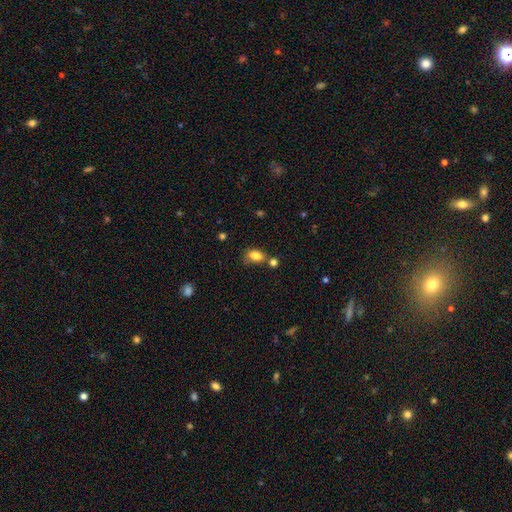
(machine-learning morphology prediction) Overall: smooth (83%). How rounded: in between (83%). Merging: none (53%; minor disturbance 20%).